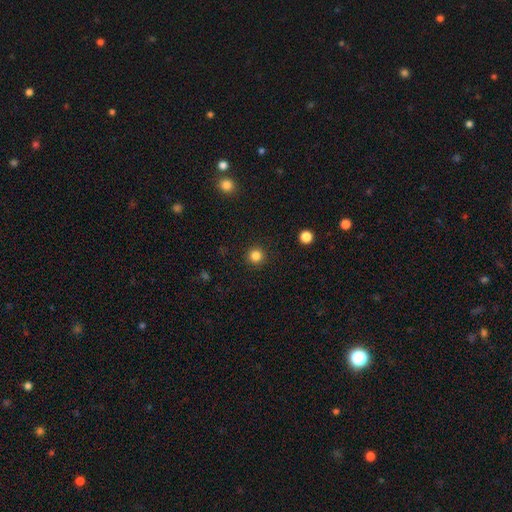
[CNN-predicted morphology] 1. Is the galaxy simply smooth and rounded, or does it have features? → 84% smooth, 13% star or artifact, 4% featured or disk.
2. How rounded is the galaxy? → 95% round, 4% in between, 1% cigar-shaped.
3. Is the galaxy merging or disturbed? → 92% none, 5% minor disturbance, 2% major disturbance, 1% merger.